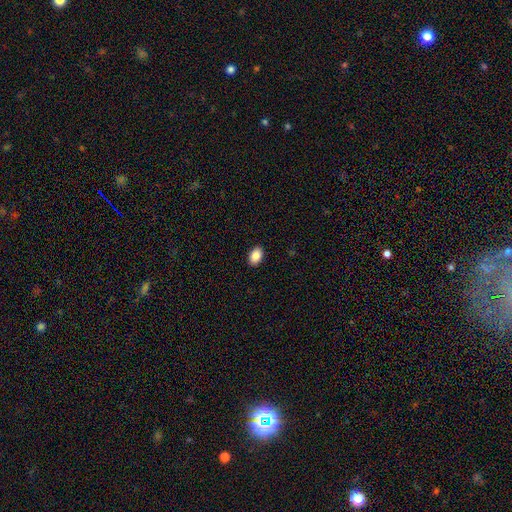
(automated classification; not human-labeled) Morphology: type=smooth (88%); roundness=in between (87%); merging=none (91%).